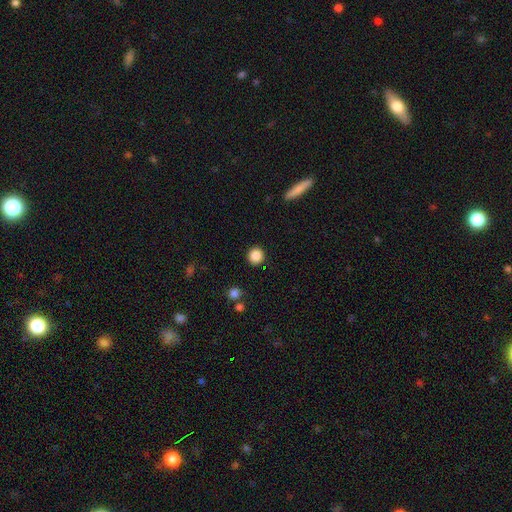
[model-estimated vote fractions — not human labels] A smooth galaxy with no disk features (86%) that is round (92%).

Vote fractions:
- Smooth or featured? smooth: 86% / star or artifact: 10% / featured or disk: 4%
- How rounded? round: 92% / in between: 6% / cigar-shaped: 1%
- Merging? none: 91% / minor disturbance: 6% / major disturbance: 2% / merger: 2%